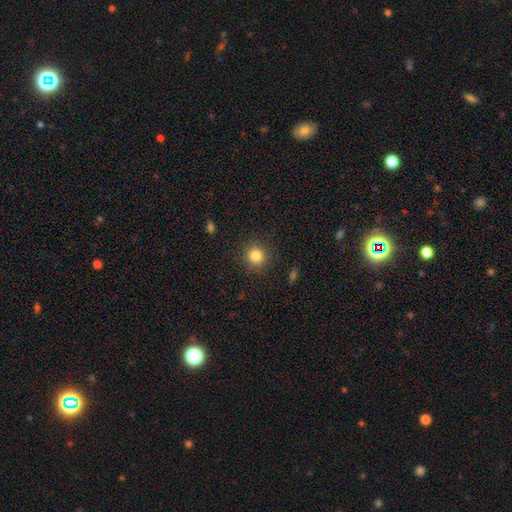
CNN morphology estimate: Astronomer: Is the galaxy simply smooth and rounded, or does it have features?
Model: smooth — 83%.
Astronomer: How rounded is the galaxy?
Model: round — 92%.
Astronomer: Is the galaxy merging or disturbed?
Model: none — 89%.